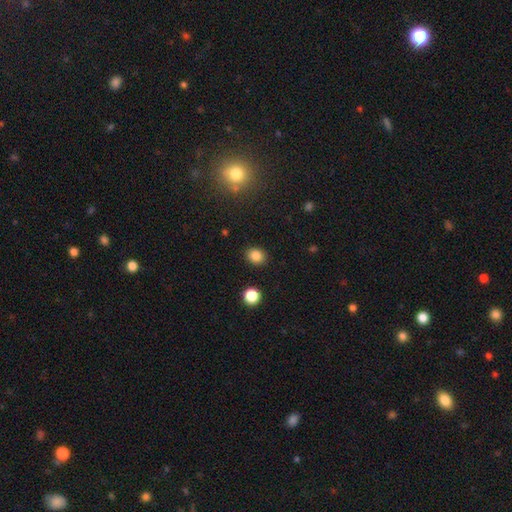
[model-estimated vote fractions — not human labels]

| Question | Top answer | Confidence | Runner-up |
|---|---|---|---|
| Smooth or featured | smooth | 84% | star or artifact (11%) |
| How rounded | round | 63% | in between (36%) |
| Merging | none | 89% | minor disturbance (7%) |